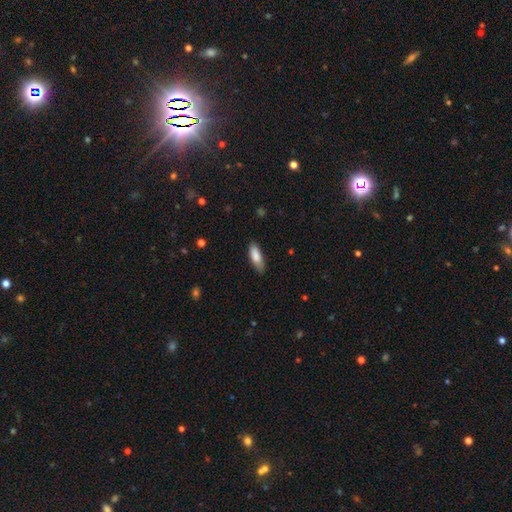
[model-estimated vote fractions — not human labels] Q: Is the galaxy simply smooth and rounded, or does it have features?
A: smooth — 83%.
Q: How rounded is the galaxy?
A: in between — 64%.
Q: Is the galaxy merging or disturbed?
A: none — 76%.